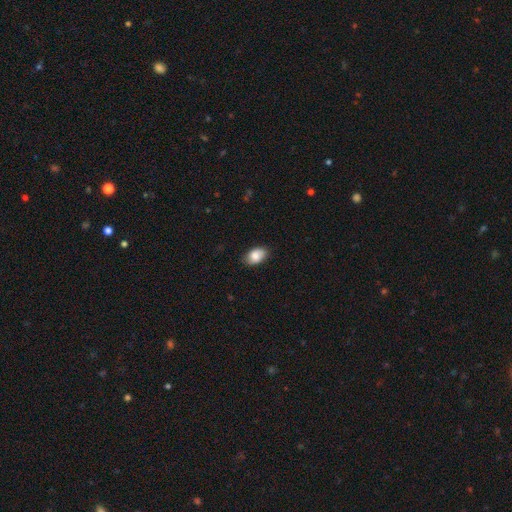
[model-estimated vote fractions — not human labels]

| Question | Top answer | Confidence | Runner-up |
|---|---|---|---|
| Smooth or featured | smooth | 85% | featured or disk (9%) |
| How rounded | in between | 89% | round (10%) |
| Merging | none | 83% | minor disturbance (14%) |